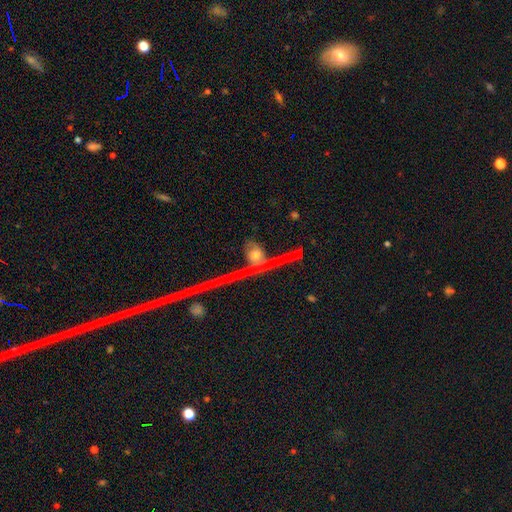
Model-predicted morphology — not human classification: This is marginally a star or artifact rather than a galaxy (37%).